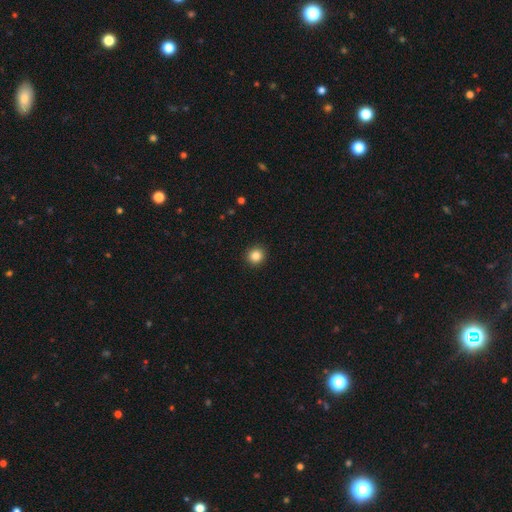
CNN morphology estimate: Q: Smooth or featured?
A: smooth (85%); runner-up: star or artifact (11%)
Q: How rounded?
A: round (92%); runner-up: in between (7%)
Q: Merging?
A: none (93%); runner-up: minor disturbance (5%)